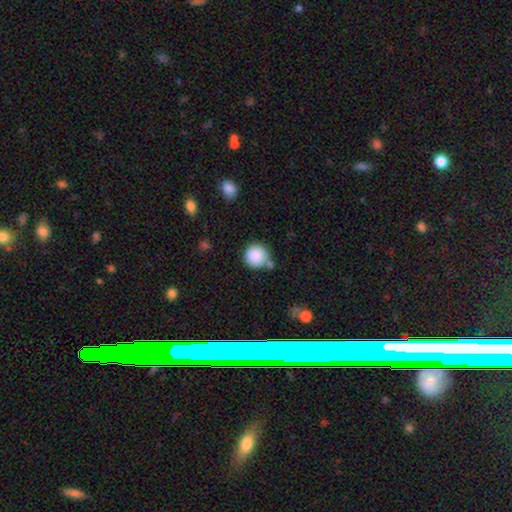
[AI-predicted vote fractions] Smooth or featured? smooth (87%)
How rounded? round (94%)
Merging? none (69%)